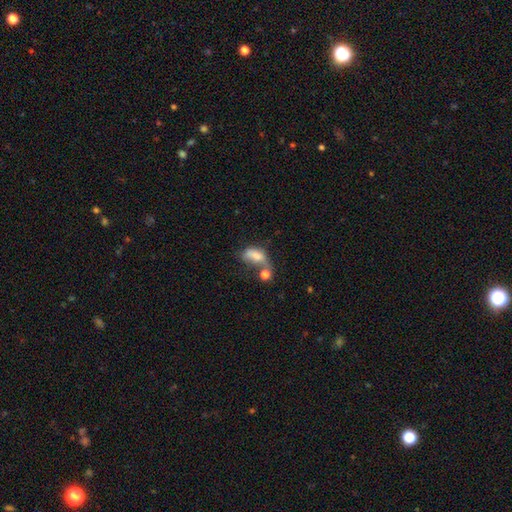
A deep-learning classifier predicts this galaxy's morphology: A smooth galaxy with no disk features (68%) that is in between round and cigar-shaped (81%). Merging: merger (41%).